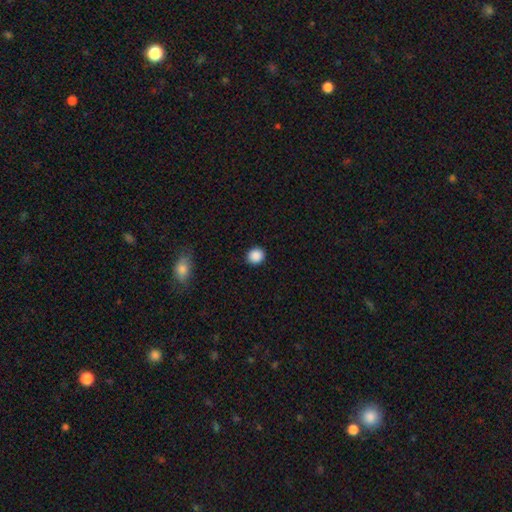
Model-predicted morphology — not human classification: Smooth or featured? smooth (88%)
How rounded? round (85%)
Merging? none (90%)